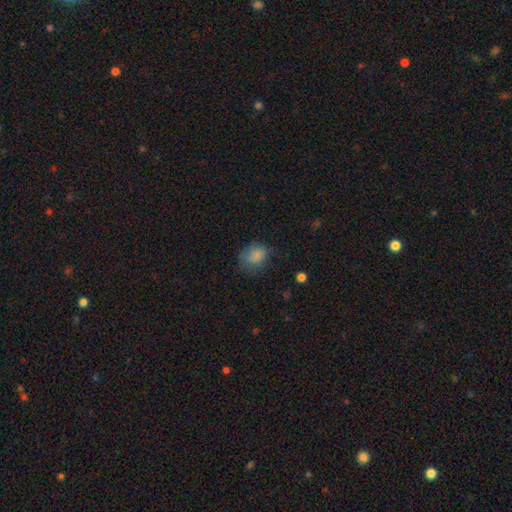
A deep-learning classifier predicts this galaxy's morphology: Q: Smooth or featured?
A: smooth (79%); runner-up: star or artifact (11%)
Q: How rounded?
A: round (53%); runner-up: in between (46%)
Q: Merging?
A: none (54%); runner-up: minor disturbance (28%)